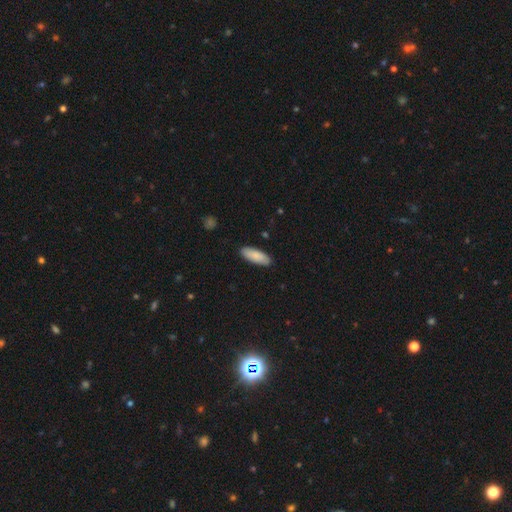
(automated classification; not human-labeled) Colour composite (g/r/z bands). It shows a smooth galaxy with no disk features (85%) that is in between round and cigar-shaped (70%). Merging: none (87%).